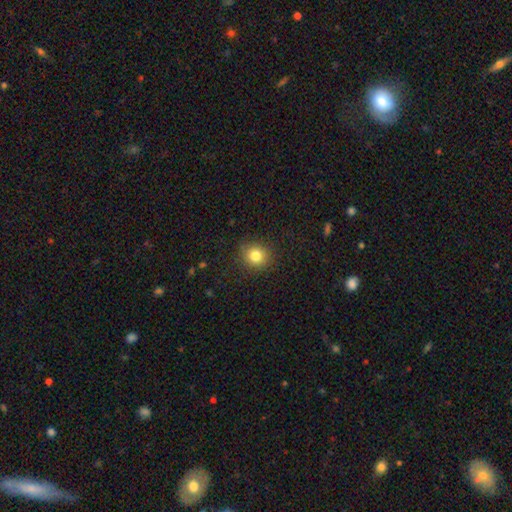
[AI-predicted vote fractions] Smooth or featured? smooth (82%)
How rounded? round (86%)
Merging? none (88%)